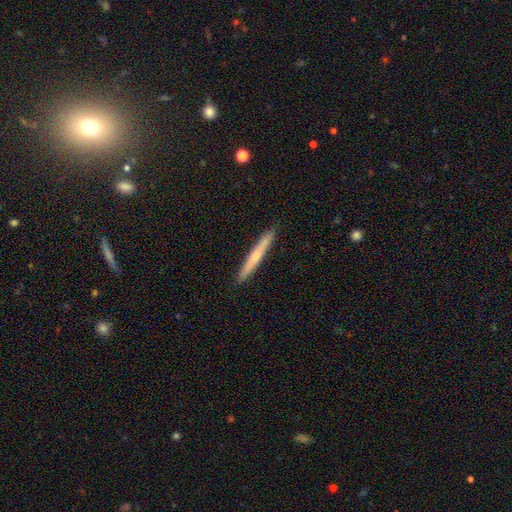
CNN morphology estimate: A smooth galaxy with no disk features (57%) that is cigar-shaped (97%). Merging: none (92%).